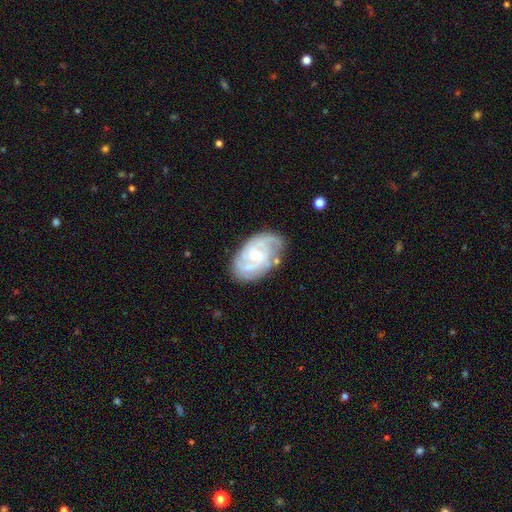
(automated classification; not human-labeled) Morphology: type=featured or disk (83%); edge-on=no (97%); bar=no (57%); spiral arms=yes (94%); winding=tight (52%); arm count=2 (37%); bulge=small (66%); merging=none (67%).